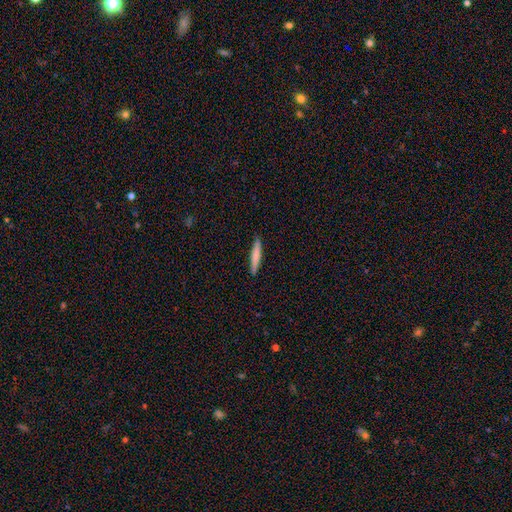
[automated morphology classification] A smooth galaxy with no disk features (72%) that is cigar-shaped (93%). Merging: none (90%).